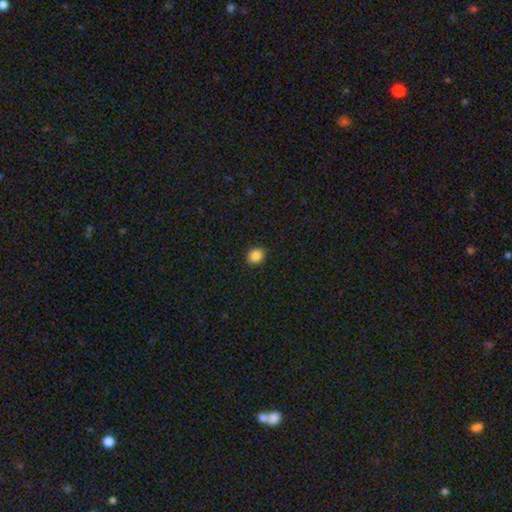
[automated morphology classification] Q: Smooth or featured?
A: smooth (87%); runner-up: star or artifact (10%)
Q: How rounded?
A: round (60%); runner-up: in between (39%)
Q: Merging?
A: none (89%); runner-up: minor disturbance (8%)